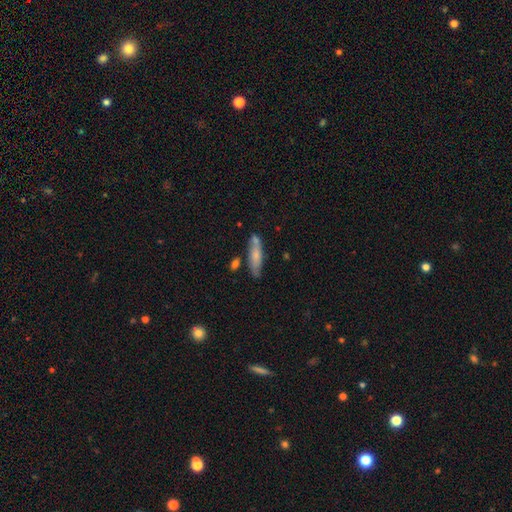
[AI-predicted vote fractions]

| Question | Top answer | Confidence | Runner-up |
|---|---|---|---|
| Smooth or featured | smooth | 70% | featured or disk (24%) |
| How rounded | cigar-shaped | 65% | in between (33%) |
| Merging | none | 66% | minor disturbance (18%) |